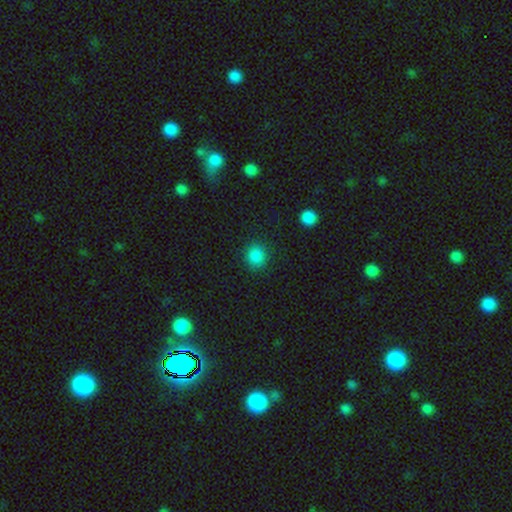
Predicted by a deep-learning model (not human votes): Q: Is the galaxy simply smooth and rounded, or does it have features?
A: smooth — 85%.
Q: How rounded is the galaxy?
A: round — 87%.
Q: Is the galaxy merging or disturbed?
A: none — 89%.